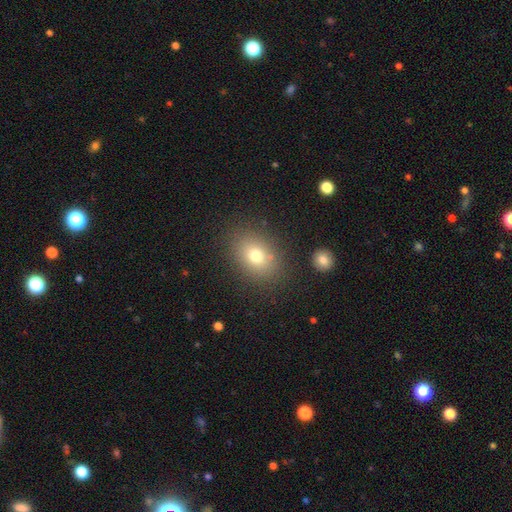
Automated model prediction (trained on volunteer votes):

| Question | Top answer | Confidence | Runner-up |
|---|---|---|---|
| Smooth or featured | smooth | 75% | star or artifact (13%) |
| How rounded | in between | 66% | round (33%) |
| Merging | none | 81% | minor disturbance (11%) |